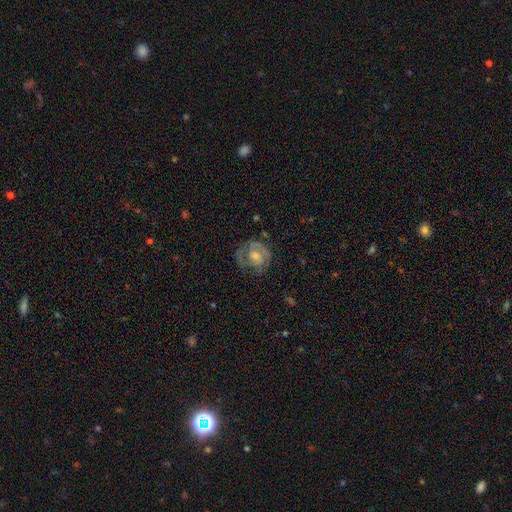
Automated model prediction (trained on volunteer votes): This is likely a featured or disk galaxy (73%). It is clearly not viewed edge-on (97%). Bar: likely no (60%). Spiral arm pattern: clearly yes (81%). Spiral arm count: possibly 2 (52%). Spiral winding: possibly tight (57%). Central bulge: possibly moderate (55%). Merging: likely none (70%).